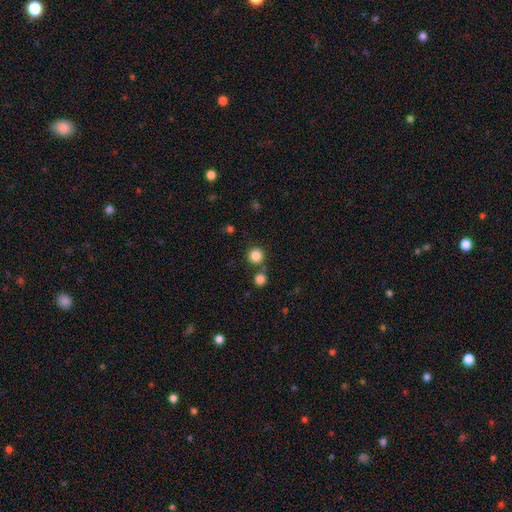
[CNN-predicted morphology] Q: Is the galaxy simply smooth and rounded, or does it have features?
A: smooth — 84%.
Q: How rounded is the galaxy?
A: round — 94%.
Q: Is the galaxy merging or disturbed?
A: none — 75%.